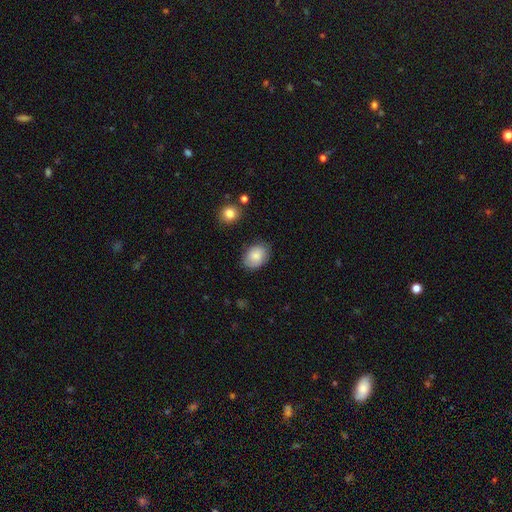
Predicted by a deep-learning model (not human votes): This is clearly a smooth galaxy (80%). How rounded: likely in between (75%). Merging: likely none (78%).